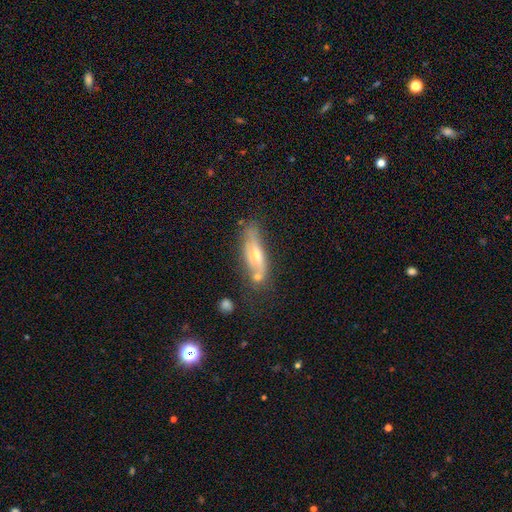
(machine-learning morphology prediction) A featured or disk galaxy (53%) viewed edge-on (56%).

Vote fractions:
- Smooth or featured? featured or disk: 53% / smooth: 39% / star or artifact: 8%
- Edge-on disk? yes: 56% / no: 44%
- Merging? none: 57% / minor disturbance: 22% / merger: 12% / major disturbance: 8%